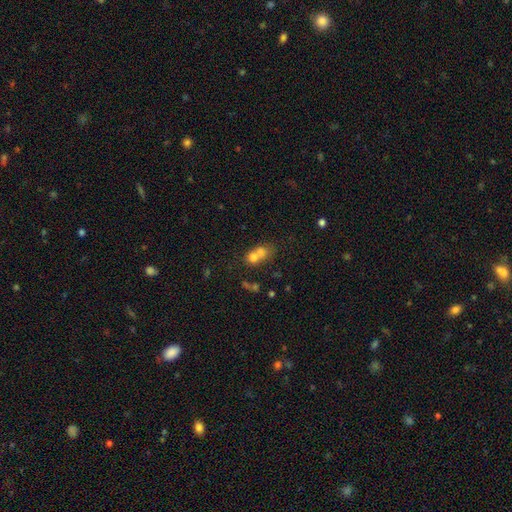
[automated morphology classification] smooth 69%, featured or disk 19%, star or artifact 13%. Down the decision tree: how rounded — round (58%); merging — merger (65%).